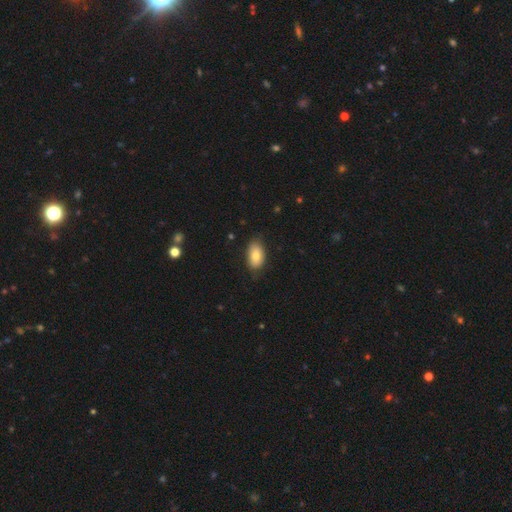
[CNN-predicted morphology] The model was most divided on "merging": none: 76%, minor disturbance: 19%, major disturbance: 3%, merger: 1%. More confident: how rounded — in between (93%); smooth or featured — smooth (79%).